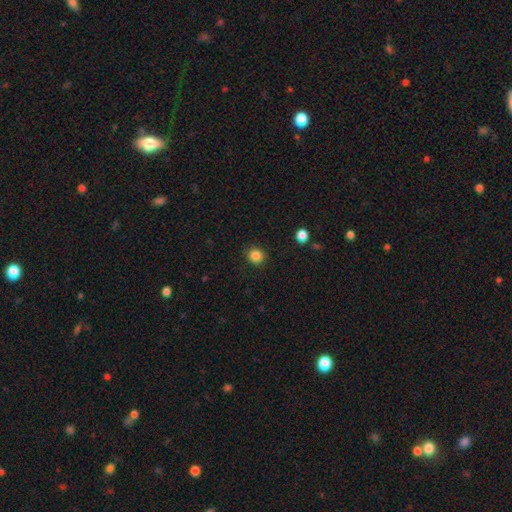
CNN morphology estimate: A smooth galaxy with no disk features (86%) that is round (85%). Merging: none (90%).